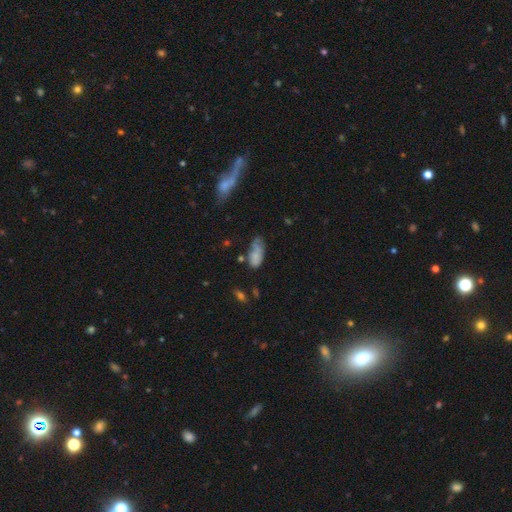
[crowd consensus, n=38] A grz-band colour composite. It shows a smooth galaxy with no disk features (82%) that is in between round and cigar-shaped (87%). Merging: none (40%, tied with minor disturbance).